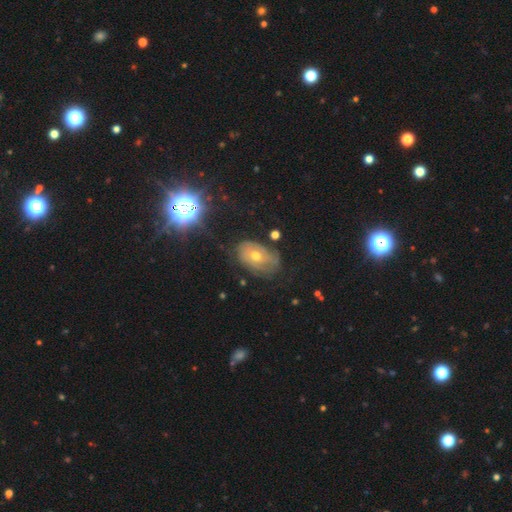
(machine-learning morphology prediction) Overall: featured or disk (55%; smooth 29%). Edge-on disk: no (93%). Bar: no (79%). Spiral arms: yes (63%; no 37%). Bulge size: moderate (63%; small 32%). Merging: none (61%; minor disturbance 25%).